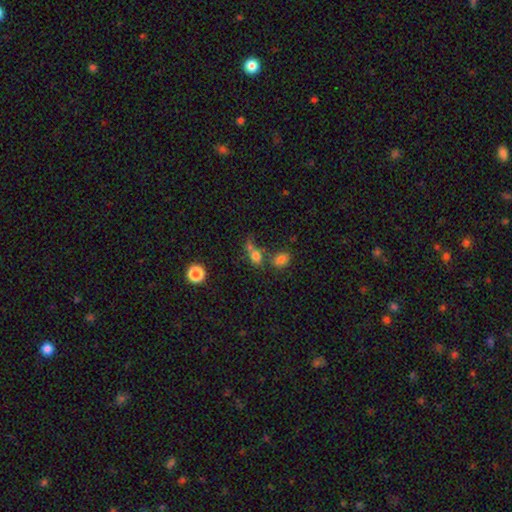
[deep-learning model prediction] Q: Smooth or featured?
A: smooth (74%); runner-up: star or artifact (15%)
Q: How rounded?
A: in between (54%); runner-up: round (43%)
Q: Merging?
A: merger (39%); runner-up: none (38%)